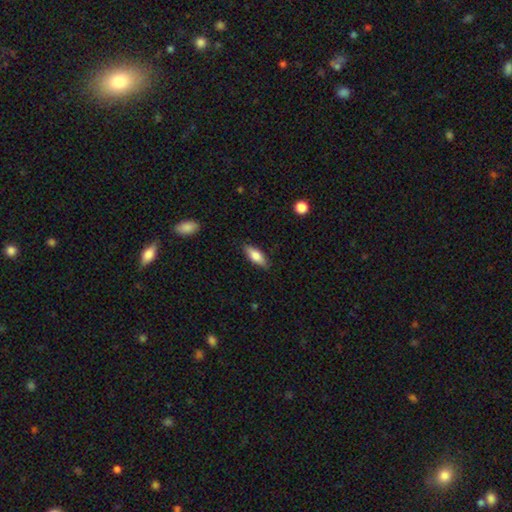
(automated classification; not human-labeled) smooth-or-featured: smooth: 74% | featured or disk: 20% | star or artifact: 6%
  how-rounded: in between: 67% | cigar-shaped: 31% | round: 2%
  merging: none: 85% | minor disturbance: 12% | major disturbance: 2% | merger: 1%